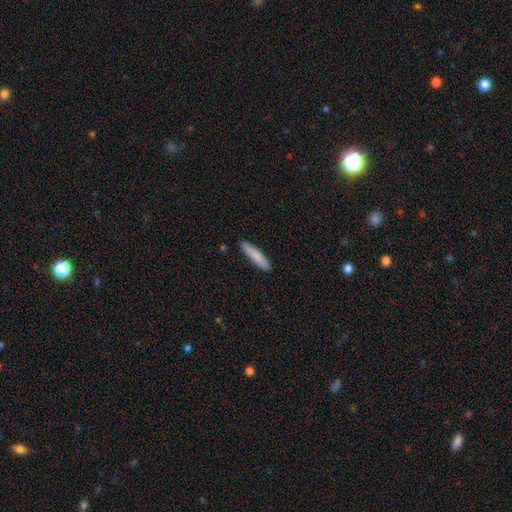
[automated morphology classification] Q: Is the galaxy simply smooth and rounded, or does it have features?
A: smooth — 83%.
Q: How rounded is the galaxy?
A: cigar-shaped — 89%.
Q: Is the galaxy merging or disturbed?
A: none — 90%.